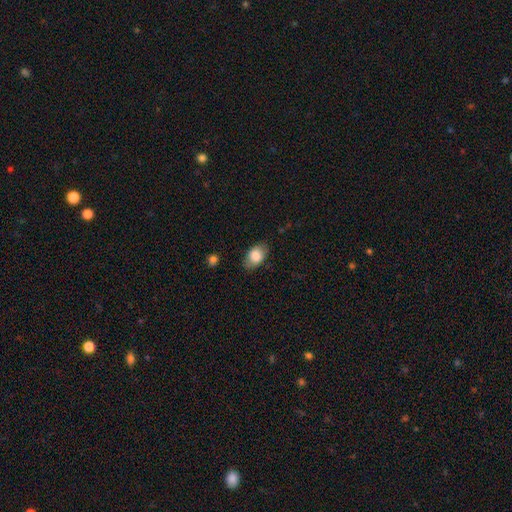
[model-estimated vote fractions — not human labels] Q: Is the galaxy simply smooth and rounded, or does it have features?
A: smooth — 82%.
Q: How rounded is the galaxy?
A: in between — 87%.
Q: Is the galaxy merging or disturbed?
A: none — 79%.